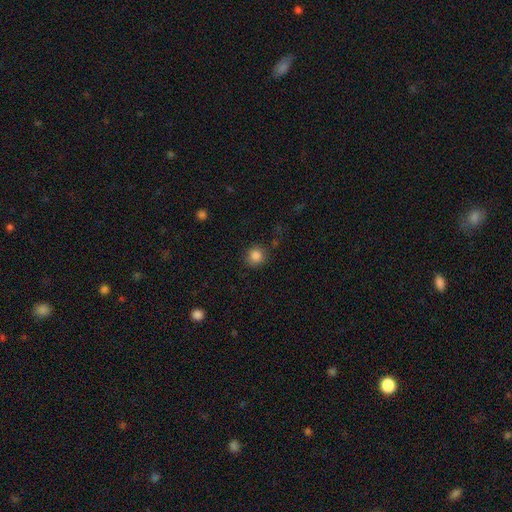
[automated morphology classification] A smooth galaxy with no disk features (85%) that is round (92%). Merging: none (85%).